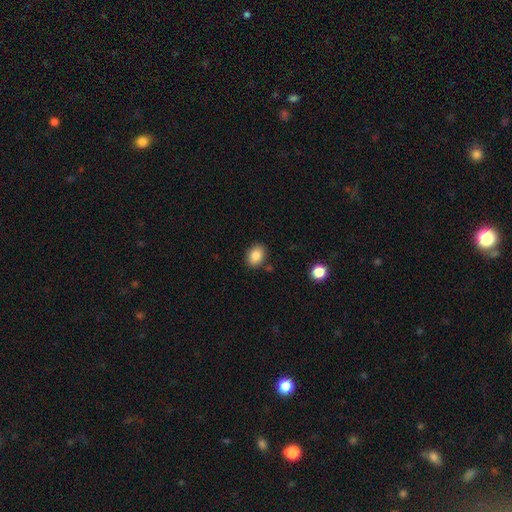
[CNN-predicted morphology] Q: Smooth or featured?
A: smooth (85%); runner-up: star or artifact (9%)
Q: How rounded?
A: in between (69%); runner-up: round (30%)
Q: Merging?
A: none (85%); runner-up: minor disturbance (10%)